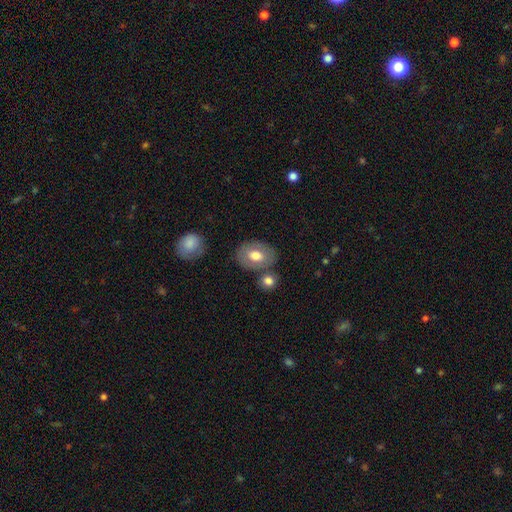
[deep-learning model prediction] smooth 65%, featured or disk 28%, star or artifact 7%. Down the decision tree: how rounded — in between (75%); merging — none (70%).